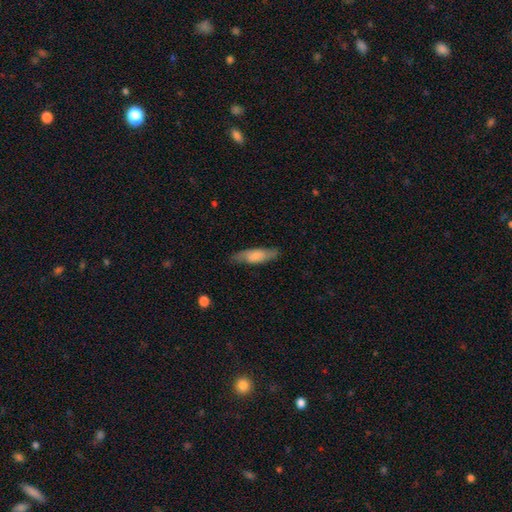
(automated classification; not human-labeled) This is likely a smooth galaxy (65%). How rounded: possibly cigar-shaped (49%, tied with in between). Merging: likely none (78%).